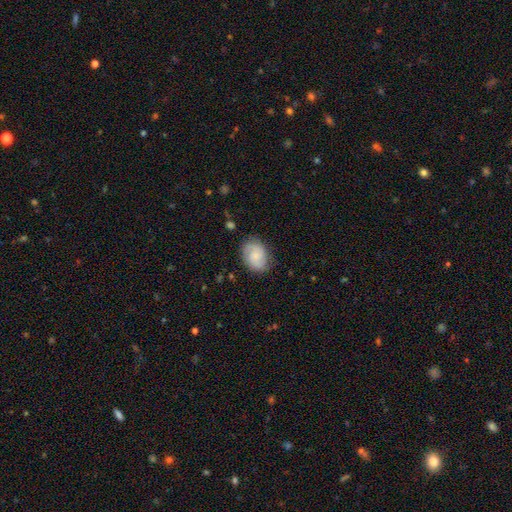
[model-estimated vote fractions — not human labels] Smooth or featured?
  - featured or disk: 54% *
  - smooth: 38%
  - star or artifact: 8%
Edge-on disk?
  - no: 97% *
  - yes: 3%
Bar?
  - no: 65% *
  - weak: 31%
  - strong: 4%
Spiral arms?
  - yes: 92% *
  - no: 8%
Bulge size?
  - small: 47% *
  - none: 24%
  - moderate: 23%
  - large: 4%
  - dominant: 2%
Merging?
  - none: 77% *
  - minor disturbance: 17%
  - major disturbance: 5%
  - merger: 1%